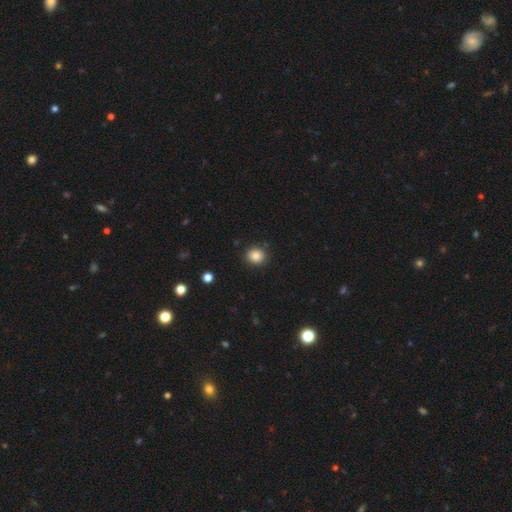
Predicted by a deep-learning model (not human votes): A smooth galaxy with no disk features (85%) that is round (85%).

Vote fractions:
- Smooth or featured? smooth: 85% / star or artifact: 10% / featured or disk: 5%
- How rounded? round: 85% / in between: 14% / cigar-shaped: 1%
- Merging? none: 89% / minor disturbance: 8% / major disturbance: 2% / merger: 1%